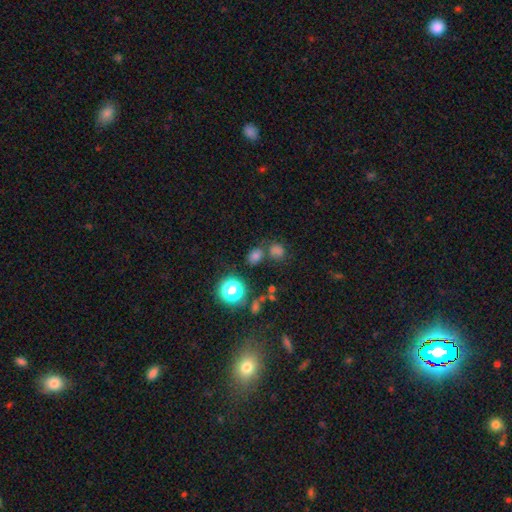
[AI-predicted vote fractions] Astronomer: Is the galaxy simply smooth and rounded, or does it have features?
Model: smooth — 66%.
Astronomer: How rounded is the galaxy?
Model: in between — 54% (runner-up: round, 45%).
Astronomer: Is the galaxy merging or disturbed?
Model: none — 60%.